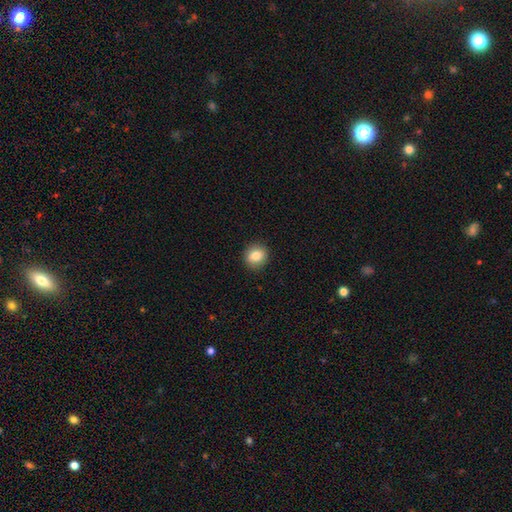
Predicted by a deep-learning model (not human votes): Morphology: type=smooth (84%); roundness=round (83%); merging=none (91%).